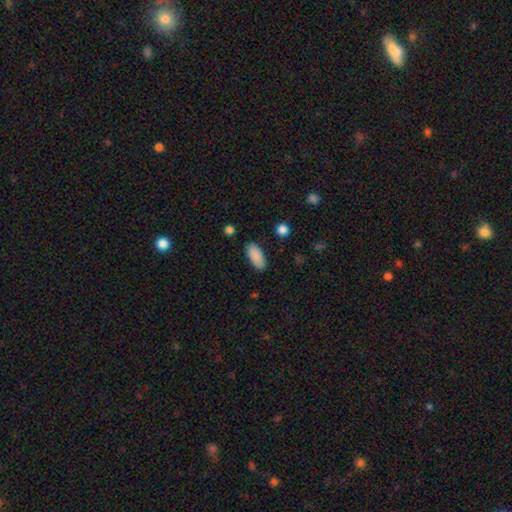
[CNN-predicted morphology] smooth_or_featured: smooth (p=0.89) [alt: star or artifact p=0.07]
how_rounded: in between (p=0.85) [alt: cigar-shaped p=0.13]
merging: none (p=0.85) [alt: minor disturbance p=0.11]